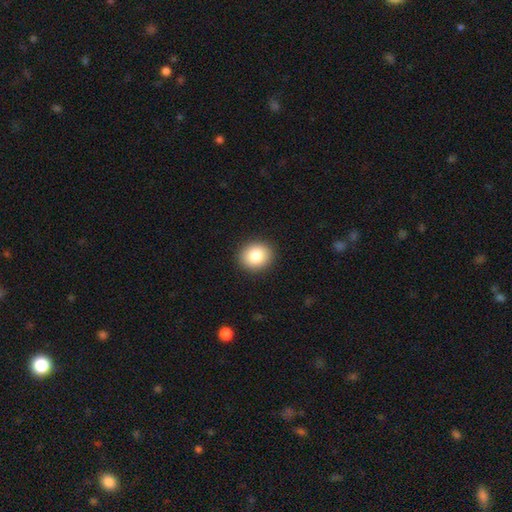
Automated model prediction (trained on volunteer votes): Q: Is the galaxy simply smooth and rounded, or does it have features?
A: smooth — 84%.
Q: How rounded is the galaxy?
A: round — 73%.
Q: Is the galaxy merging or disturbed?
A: none — 91%.